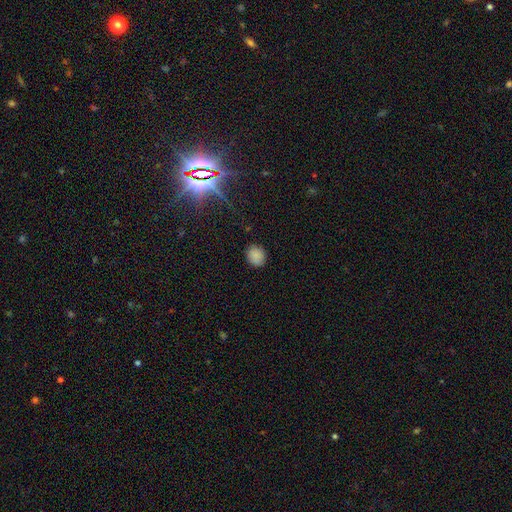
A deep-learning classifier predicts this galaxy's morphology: A smooth galaxy with no disk features (84%) that is round (70%).

Vote fractions:
- Smooth or featured? smooth: 84% / star or artifact: 12% / featured or disk: 4%
- How rounded? round: 70% / in between: 29% / cigar-shaped: 1%
- Merging? none: 85% / minor disturbance: 11% / major disturbance: 3% / merger: 1%